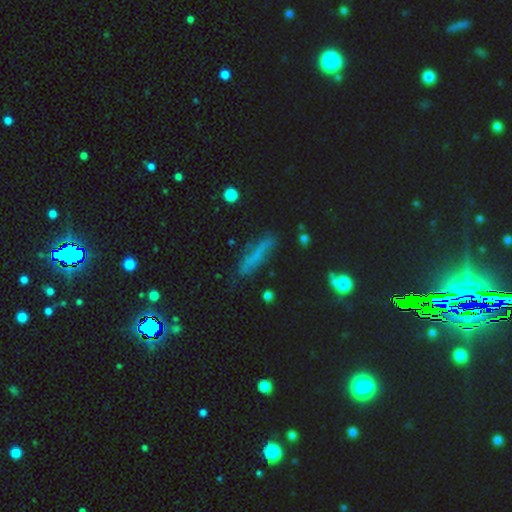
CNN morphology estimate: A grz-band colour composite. It shows a smooth galaxy with no disk features (58%) that is cigar-shaped (84%). Merging: none (74%).